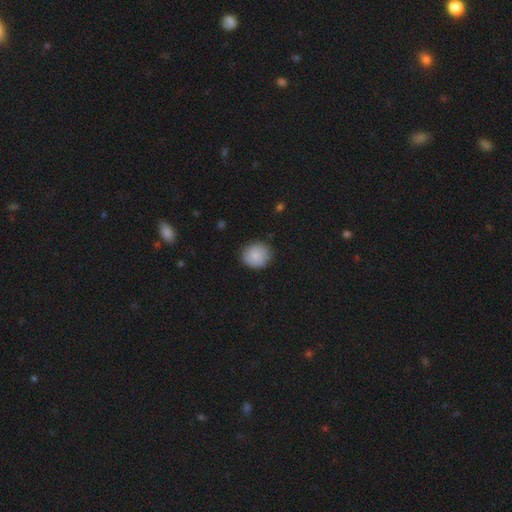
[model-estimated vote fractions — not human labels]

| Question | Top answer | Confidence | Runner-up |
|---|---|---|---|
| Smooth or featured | smooth | 81% | featured or disk (12%) |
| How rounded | round | 85% | in between (14%) |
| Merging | none | 85% | minor disturbance (11%) |